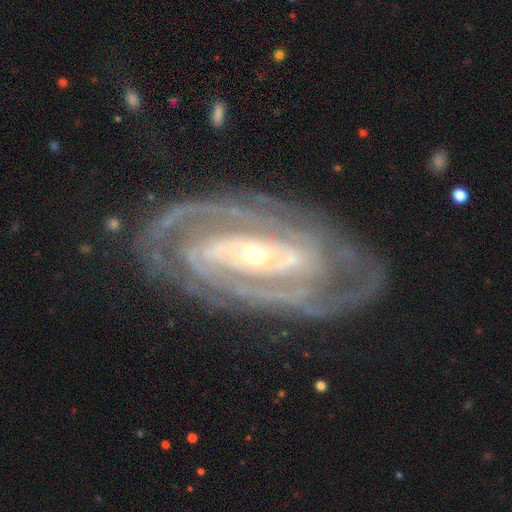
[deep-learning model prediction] Overall: featured or disk (90%). Edge-on disk: no (94%). Bar: strong (37%; no 33%). Spiral arms: yes (95%). Spiral arm count: 2 (51%; can't tell 19%). Spiral winding: tight (71%). Bulge size: small (56%; moderate 40%). Merging: none (79%).